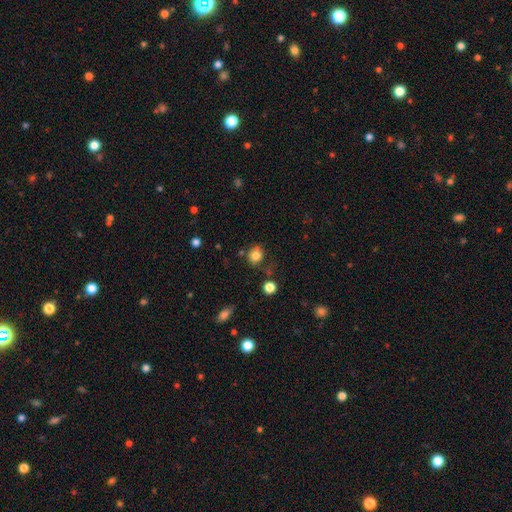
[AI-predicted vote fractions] smooth-or-featured: smooth: 82% | star or artifact: 11% | featured or disk: 7%
  how-rounded: round: 73% | in between: 26% | cigar-shaped: 1%
  merging: none: 71% | minor disturbance: 18% | merger: 5% | major disturbance: 5%